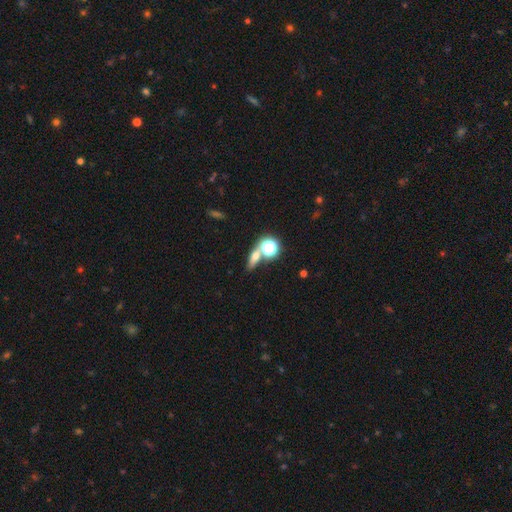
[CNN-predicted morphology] smooth 53%, star or artifact 25%, featured or disk 22%. Down the decision tree: how rounded — in between (38%); merging — none (63%).